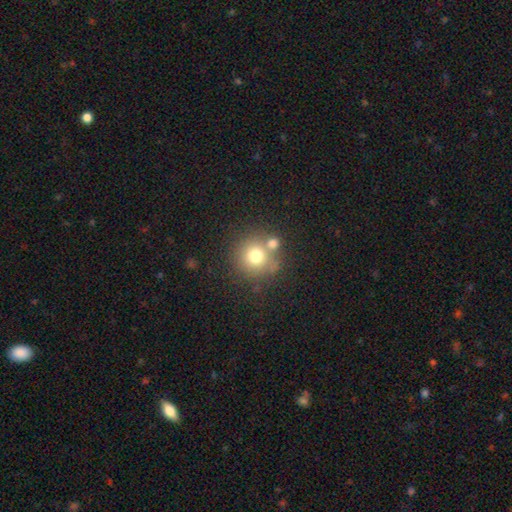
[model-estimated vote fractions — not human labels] Smooth or featured: smooth — 73% (star or artifact — 13%)
How rounded: round — 92% (in between — 7%)
Merging: none — 62% (merger — 23%)